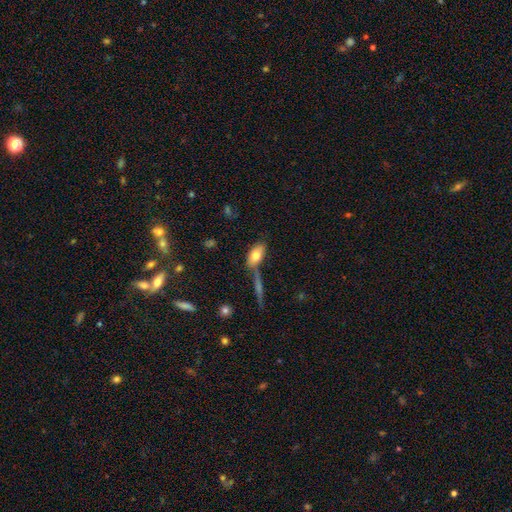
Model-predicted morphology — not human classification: Smooth or featured?
  - smooth: 74% *
  - featured or disk: 19%
  - star or artifact: 7%
How rounded?
  - in between: 88% *
  - cigar-shaped: 8%
  - round: 4%
Merging?
  - none: 60% *
  - merger: 19%
  - minor disturbance: 16%
  - major disturbance: 6%